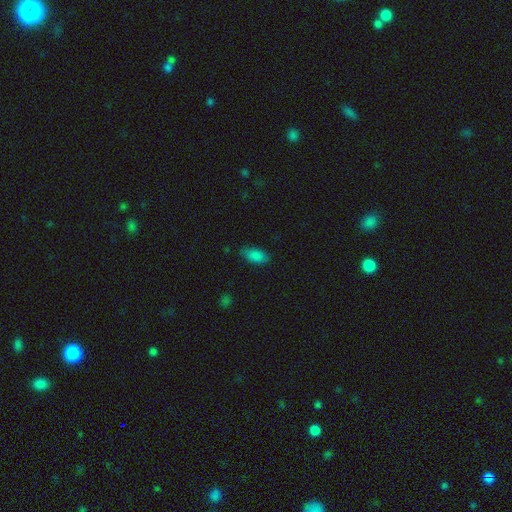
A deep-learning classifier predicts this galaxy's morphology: A smooth galaxy with no disk features (85%) that is in between round and cigar-shaped (91%).

Vote fractions:
- Smooth or featured? smooth: 85% / star or artifact: 9% / featured or disk: 6%
- How rounded? in between: 91% / cigar-shaped: 7% / round: 3%
- Merging? none: 79% / minor disturbance: 17% / major disturbance: 3% / merger: 1%